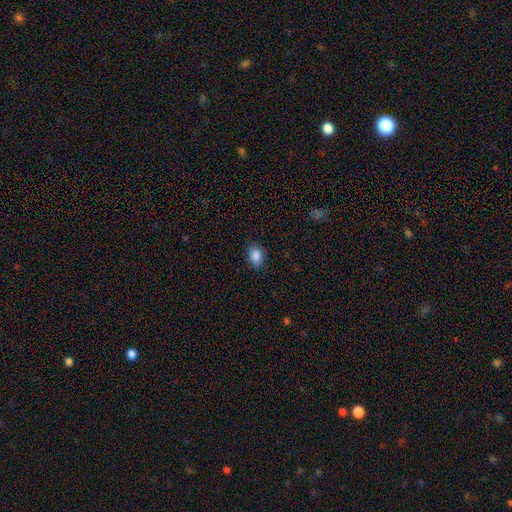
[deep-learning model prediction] Smooth or featured?
  - smooth: 87% *
  - star or artifact: 8%
  - featured or disk: 4%
How rounded?
  - in between: 78% *
  - round: 21%
  - cigar-shaped: 1%
Merging?
  - none: 84% *
  - minor disturbance: 13%
  - major disturbance: 3%
  - merger: 1%